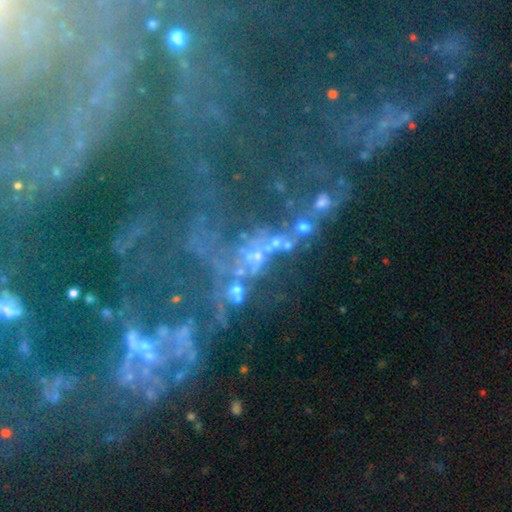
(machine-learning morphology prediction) This appears to be a star or artifact, not a galaxy (47%).